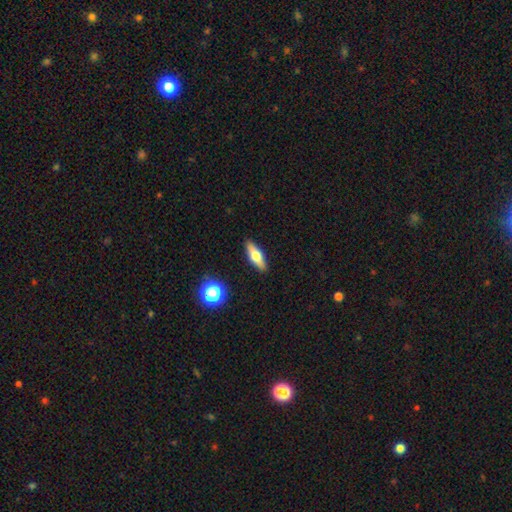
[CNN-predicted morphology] This is possibly a smooth galaxy (50%). Merging: clearly none (89%).